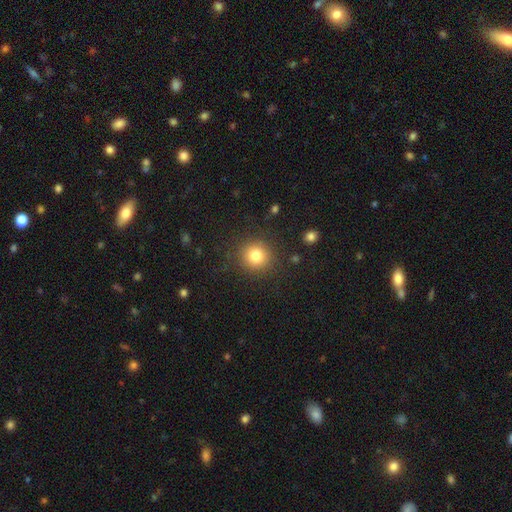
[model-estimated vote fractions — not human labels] A smooth galaxy with no disk features (81%) that is round (92%).

Vote fractions:
- Smooth or featured? smooth: 81% / star or artifact: 12% / featured or disk: 7%
- How rounded? round: 92% / in between: 7% / cigar-shaped: 1%
- Merging? none: 88% / minor disturbance: 7% / major disturbance: 3% / merger: 1%